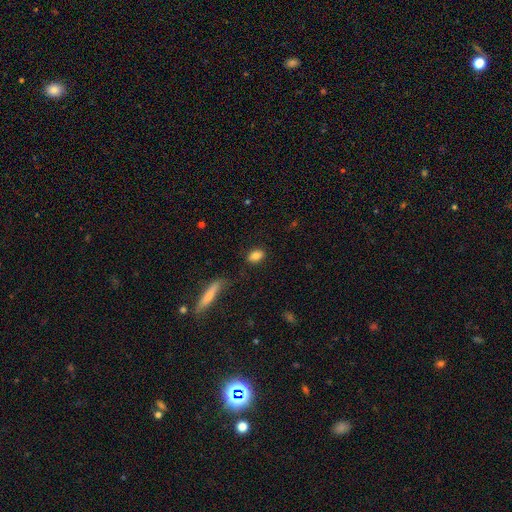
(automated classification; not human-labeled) smooth-or-featured: smooth: 84% | star or artifact: 8% | featured or disk: 7%
  how-rounded: in between: 79% | round: 17% | cigar-shaped: 4%
  merging: none: 84% | minor disturbance: 11% | major disturbance: 3% | merger: 2%